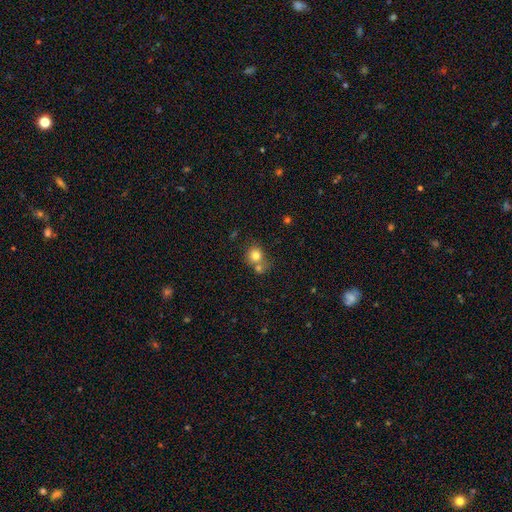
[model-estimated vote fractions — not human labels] Morphology: type=smooth (79%); roundness=round (83%); merging=none (48%).